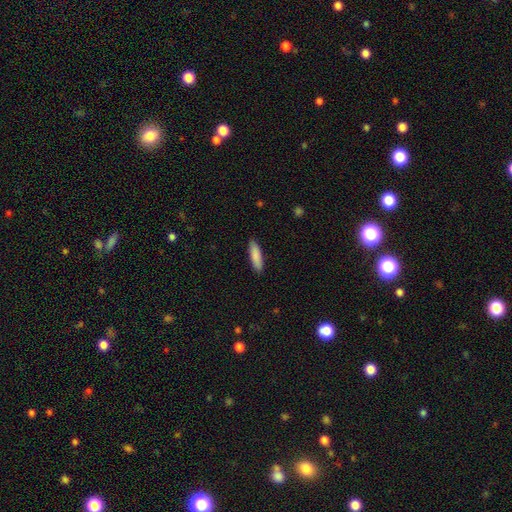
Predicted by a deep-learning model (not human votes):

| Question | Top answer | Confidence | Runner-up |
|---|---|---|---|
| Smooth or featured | smooth | 87% | featured or disk (7%) |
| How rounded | cigar-shaped | 65% | in between (34%) |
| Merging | none | 89% | minor disturbance (8%) |